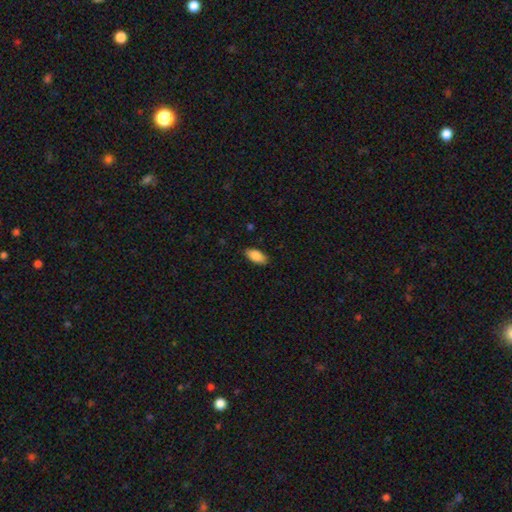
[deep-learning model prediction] Smooth or featured? smooth (86%)
How rounded? in between (91%)
Merging? none (87%)